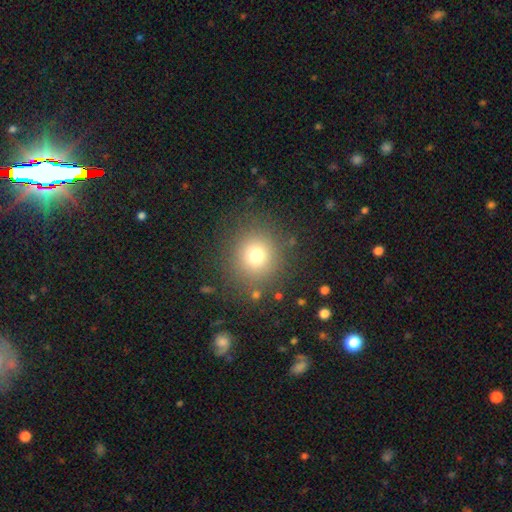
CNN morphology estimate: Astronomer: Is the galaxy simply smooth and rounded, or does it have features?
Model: smooth — 73%.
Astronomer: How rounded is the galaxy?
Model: round — 90%.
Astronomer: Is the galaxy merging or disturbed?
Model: none — 85%.